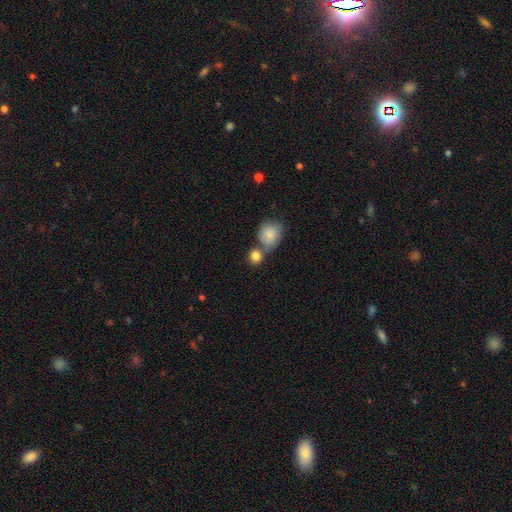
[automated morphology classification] Smooth or featured?
  - smooth: 84% *
  - star or artifact: 8%
  - featured or disk: 8%
How rounded?
  - round: 81% *
  - in between: 18%
  - cigar-shaped: 1%
Merging?
  - none: 51% *
  - merger: 36%
  - minor disturbance: 10%
  - major disturbance: 4%